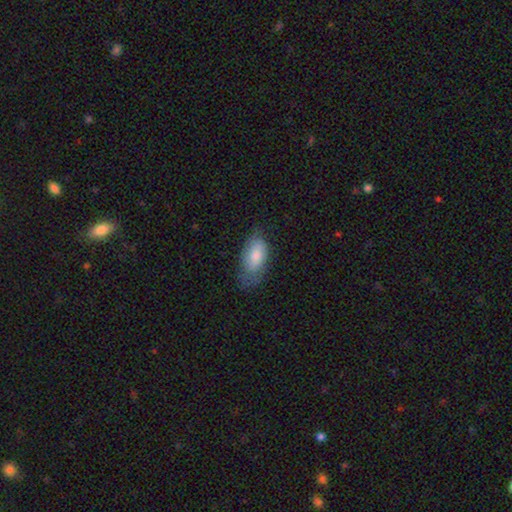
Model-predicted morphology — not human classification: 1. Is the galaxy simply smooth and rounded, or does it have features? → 77% smooth, 16% featured or disk, 7% star or artifact.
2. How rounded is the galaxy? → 91% in between, 5% cigar-shaped, 3% round.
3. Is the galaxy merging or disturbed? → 52% none, 33% minor disturbance, 14% major disturbance, 2% merger.